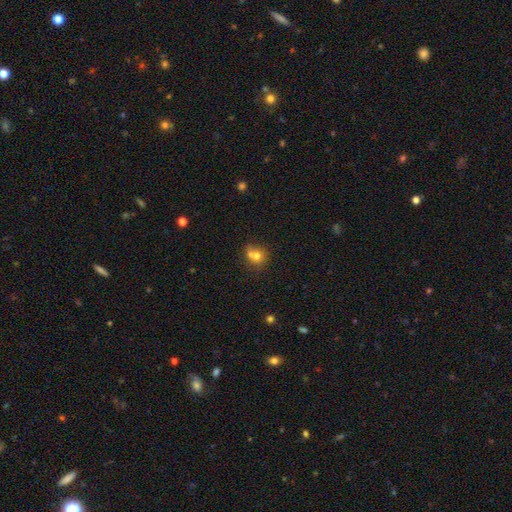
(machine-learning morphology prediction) Smooth or featured? Predicted: smooth (p=0.71). How rounded? Predicted: round (p=0.74). Merging? Predicted: merger (p=0.48).